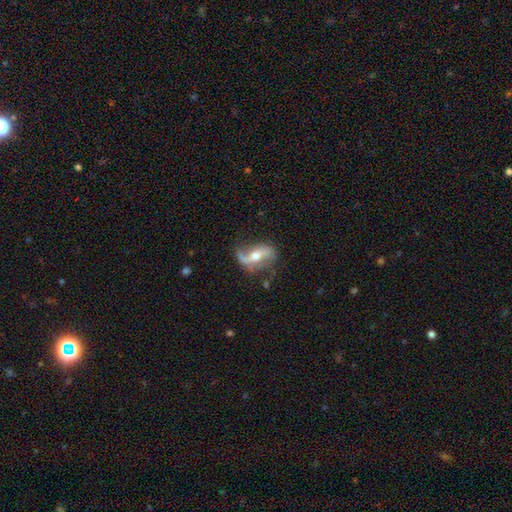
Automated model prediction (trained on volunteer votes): Smooth or featured? Predicted: featured or disk (p=0.80). Edge-on disk? Predicted: no (p=0.92). Bar? Predicted: strong (p=0.39). Spiral arms? Predicted: yes (p=0.90). Spiral winding? Predicted: loose (p=0.76). Spiral arm count? Predicted: 2 (p=0.83). Bulge size? Predicted: moderate (p=0.66). Merging? Predicted: none (p=0.65).